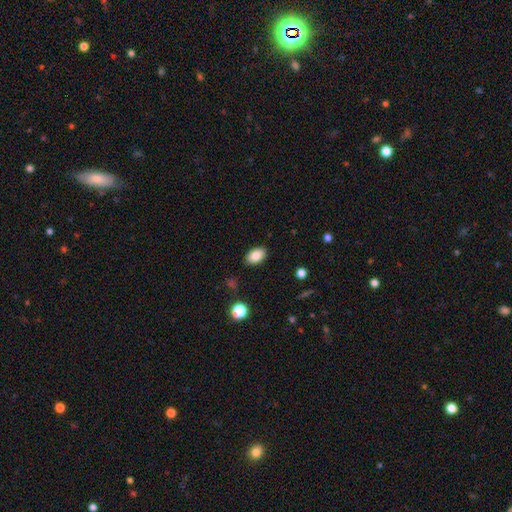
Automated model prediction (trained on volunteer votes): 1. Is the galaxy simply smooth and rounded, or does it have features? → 86% smooth, 8% star or artifact, 6% featured or disk.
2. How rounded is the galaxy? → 88% in between, 11% round, 1% cigar-shaped.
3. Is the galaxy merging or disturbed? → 87% none, 9% minor disturbance, 2% major disturbance, 1% merger.